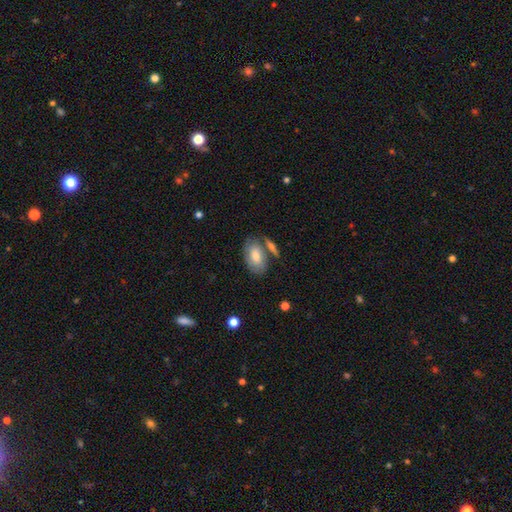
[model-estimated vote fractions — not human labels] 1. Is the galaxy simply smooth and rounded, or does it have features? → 72% smooth, 22% featured or disk, 6% star or artifact.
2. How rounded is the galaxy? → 91% in between, 6% round, 3% cigar-shaped.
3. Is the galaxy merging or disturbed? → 59% none, 18% merger, 17% minor disturbance, 6% major disturbance.